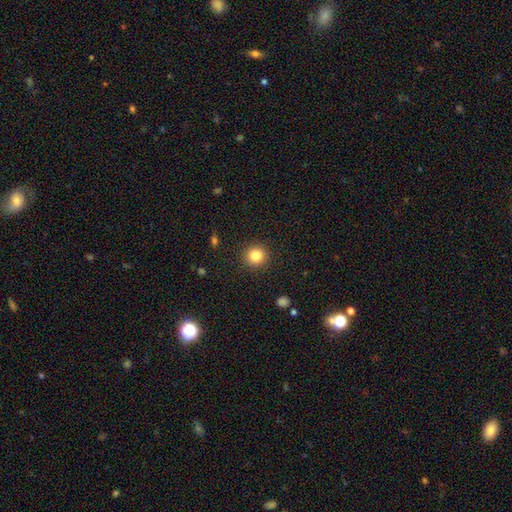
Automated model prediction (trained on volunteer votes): Smooth or featured?
  - smooth: 83% *
  - star or artifact: 11%
  - featured or disk: 6%
How rounded?
  - round: 93% *
  - in between: 6%
  - cigar-shaped: 1%
Merging?
  - none: 91% *
  - minor disturbance: 6%
  - major disturbance: 2%
  - merger: 1%